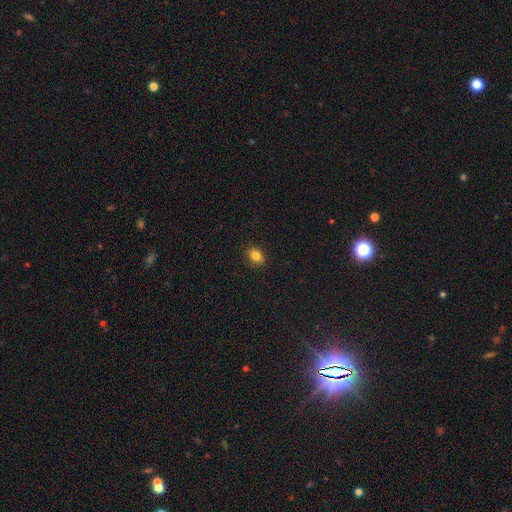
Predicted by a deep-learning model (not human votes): Smooth or featured? smooth (84%)
How rounded? in between (72%)
Merging? none (88%)